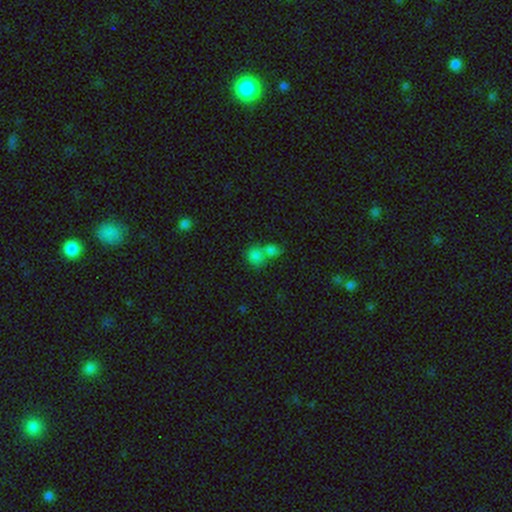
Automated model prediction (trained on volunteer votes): Q: Smooth or featured?
A: smooth (81%); runner-up: star or artifact (11%)
Q: How rounded?
A: round (74%); runner-up: in between (24%)
Q: Merging?
A: merger (57%); runner-up: none (33%)